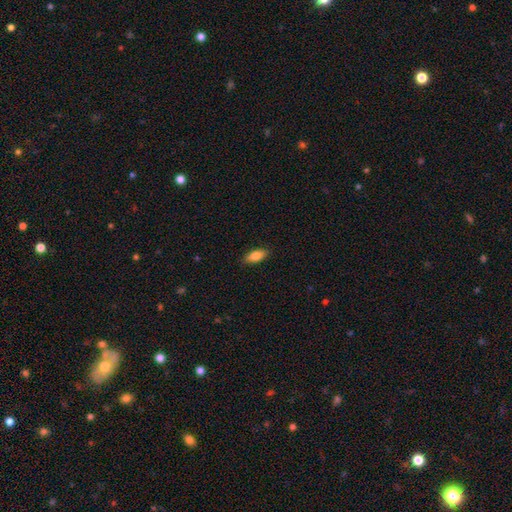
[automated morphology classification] A smooth galaxy with no disk features (81%) that is in between round and cigar-shaped (81%).

Vote fractions:
- Smooth or featured? smooth: 81% / featured or disk: 12% / star or artifact: 7%
- How rounded? in between: 81% / cigar-shaped: 16% / round: 3%
- Merging? none: 87% / minor disturbance: 10% / major disturbance: 2% / merger: 1%